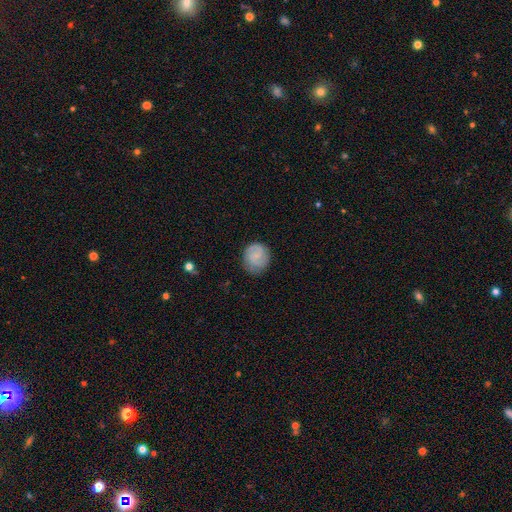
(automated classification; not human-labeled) The model was most divided on "smooth or featured": featured or disk: 51%, smooth: 42%, star or artifact: 7%. More confident: edge-on disk — no (98%); merging — none (77%).